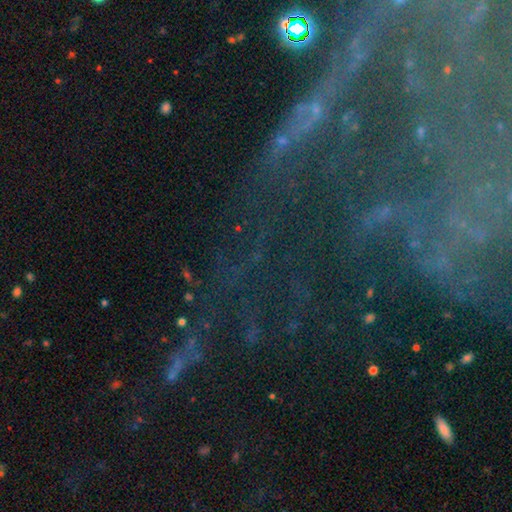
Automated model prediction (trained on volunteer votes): smooth-or-featured: star or artifact: 53% | featured or disk: 34% | smooth: 13%